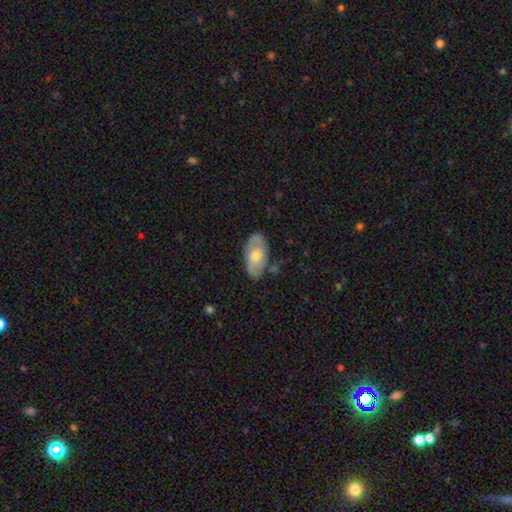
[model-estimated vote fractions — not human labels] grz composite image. It shows a smooth galaxy with no disk features (48%). Merging: none (77%).